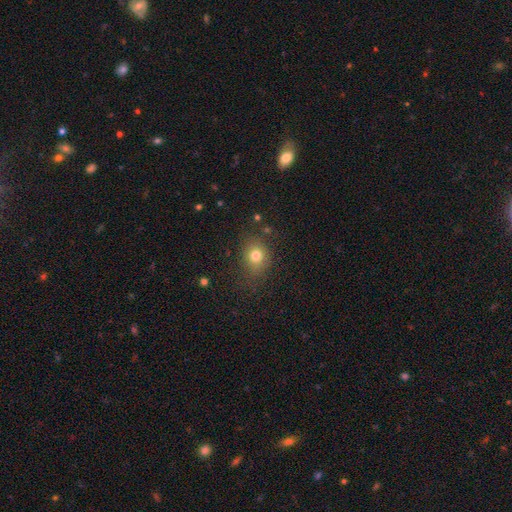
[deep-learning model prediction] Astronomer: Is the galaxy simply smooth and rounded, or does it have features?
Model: smooth — 77%.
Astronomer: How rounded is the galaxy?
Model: round — 58% (runner-up: in between, 41%).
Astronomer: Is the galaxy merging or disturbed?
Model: none — 74%.